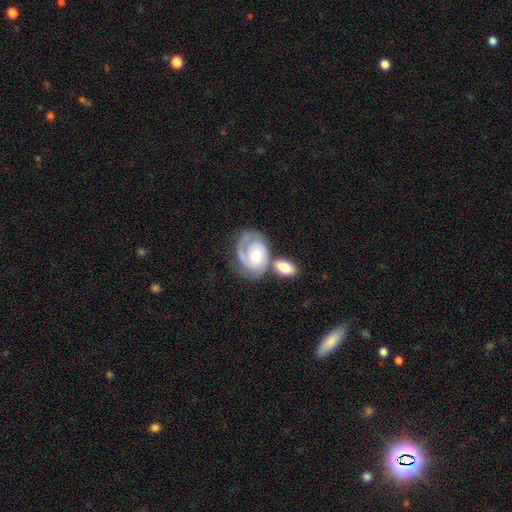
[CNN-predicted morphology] Smooth or featured? Predicted: featured or disk (p=0.76). Edge-on disk? Predicted: no (p=0.97). Bar? Predicted: no (p=0.66). Spiral arms? Predicted: yes (p=0.93). Spiral winding? Predicted: tight (p=0.57). Spiral arm count? Predicted: 2 (p=0.41). Bulge size? Predicted: moderate (p=0.50). Merging? Predicted: none (p=0.43).